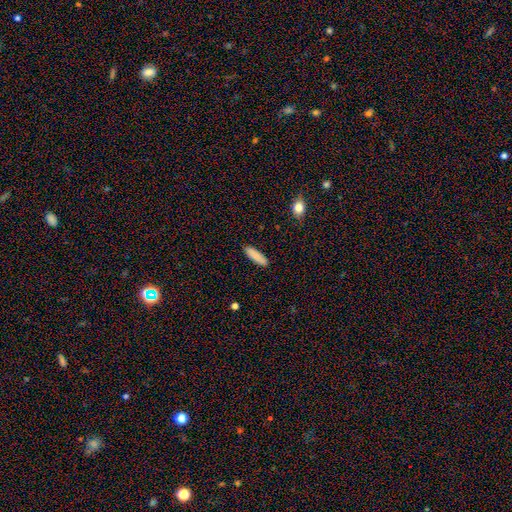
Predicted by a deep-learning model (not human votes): The model was most divided on "how rounded": cigar-shaped: 56%, in between: 42%, round: 2%. More confident: merging — none (89%); smooth or featured — smooth (87%).